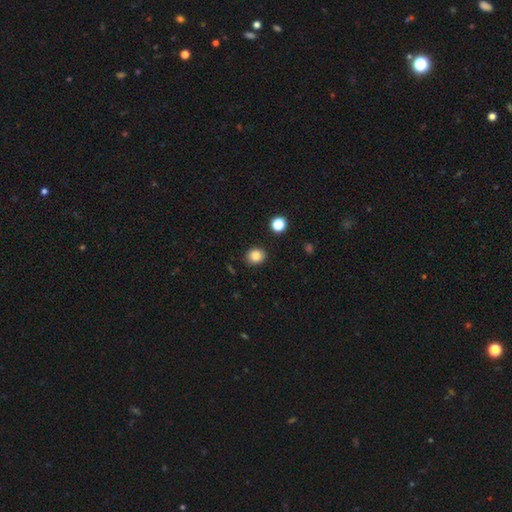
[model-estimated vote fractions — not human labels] smooth_or_featured: smooth (p=0.85) [alt: star or artifact p=0.11]
how_rounded: round (p=0.75) [alt: in between p=0.24]
merging: none (p=0.86) [alt: minor disturbance p=0.10]